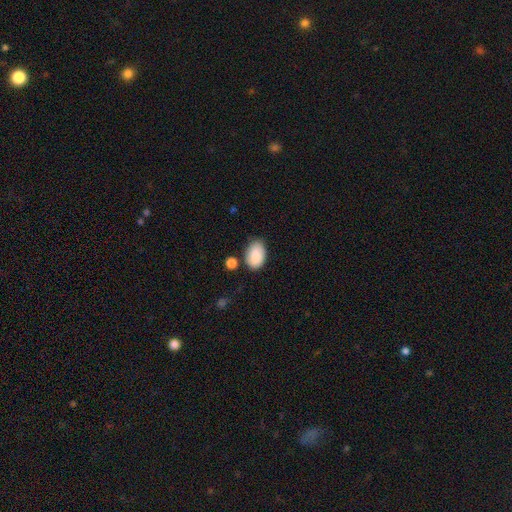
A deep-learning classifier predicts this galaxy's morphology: Smooth or featured?
  - smooth: 88% *
  - star or artifact: 7%
  - featured or disk: 6%
How rounded?
  - in between: 89% *
  - round: 10%
  - cigar-shaped: 1%
Merging?
  - none: 71% *
  - minor disturbance: 19%
  - merger: 5%
  - major disturbance: 4%